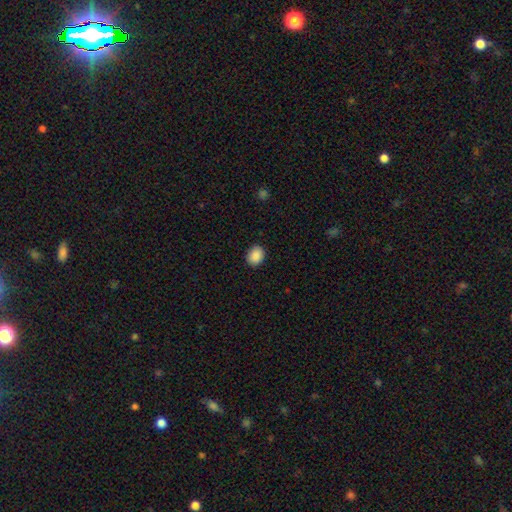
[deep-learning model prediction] smooth 89%, star or artifact 8%, featured or disk 3%. Down the decision tree: how rounded — round (54%); merging — none (89%).